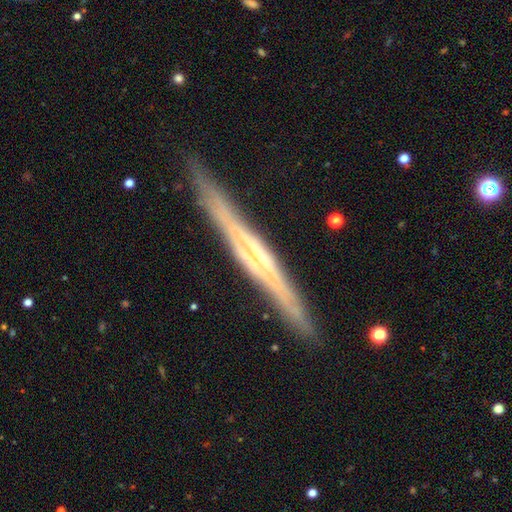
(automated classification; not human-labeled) Smooth or featured? featured or disk (81%)
Edge-on disk? yes (96%)
Edge-on bulge? rounded (42%)
Merging? none (87%)